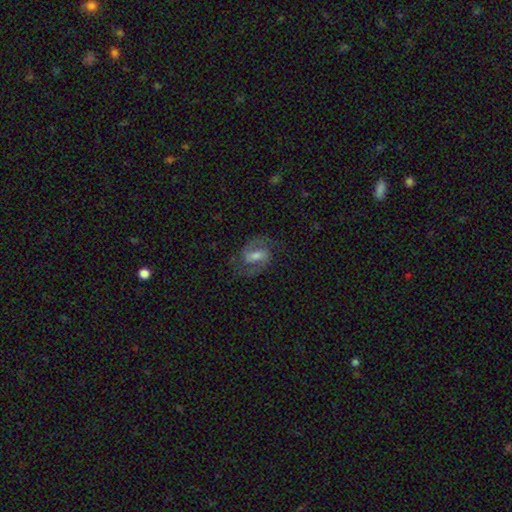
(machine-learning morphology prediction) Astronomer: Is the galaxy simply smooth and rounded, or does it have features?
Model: featured or disk — 84%.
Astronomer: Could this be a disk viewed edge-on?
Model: no — 97%.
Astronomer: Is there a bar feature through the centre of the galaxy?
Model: weak — 50% (runner-up: strong, 32%).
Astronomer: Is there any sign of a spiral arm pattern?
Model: yes — 96%.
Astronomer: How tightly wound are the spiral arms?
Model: medium — 60%.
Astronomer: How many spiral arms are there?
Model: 2 — 93%.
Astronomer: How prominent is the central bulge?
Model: moderate — 51% (runner-up: small, 33%).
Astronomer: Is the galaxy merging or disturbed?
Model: none — 78%.